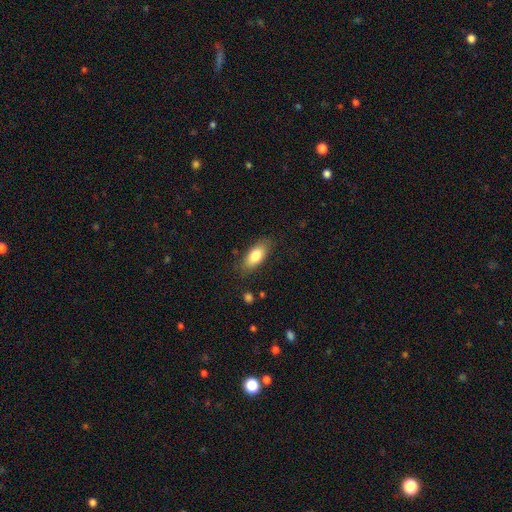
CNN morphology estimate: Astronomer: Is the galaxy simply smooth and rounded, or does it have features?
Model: smooth — 80%.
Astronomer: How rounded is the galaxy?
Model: in between — 83%.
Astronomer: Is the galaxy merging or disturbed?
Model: none — 82%.